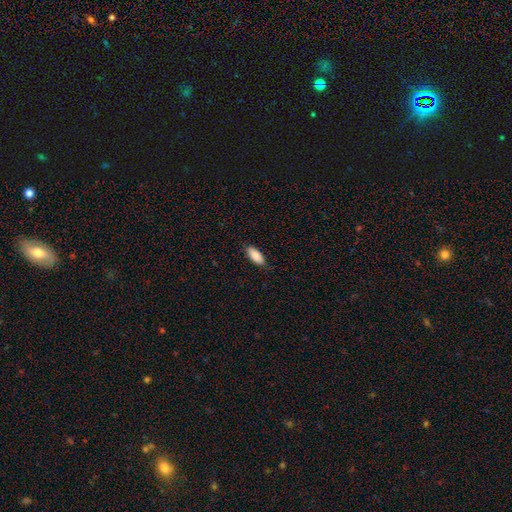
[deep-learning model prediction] smooth 88%, featured or disk 6%, star or artifact 6%. Down the decision tree: how rounded — in between (85%); merging — none (85%).